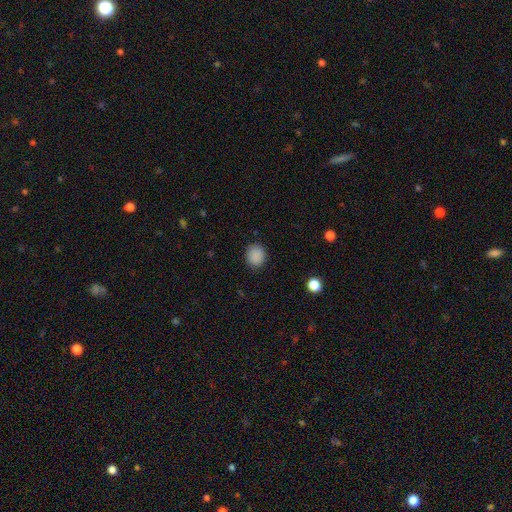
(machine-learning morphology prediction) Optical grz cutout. It shows a smooth galaxy with no disk features (87%) that is round (80%). Merging: none (88%).